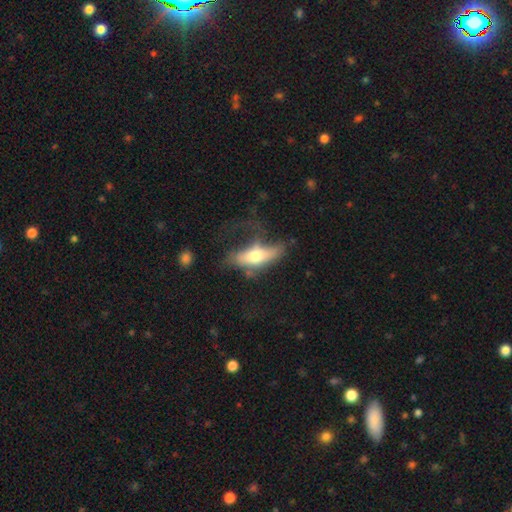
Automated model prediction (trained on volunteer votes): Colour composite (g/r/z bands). It shows a smooth galaxy with no disk features (53%) that is in between round and cigar-shaped (60%). Merging: major disturbance (38%).